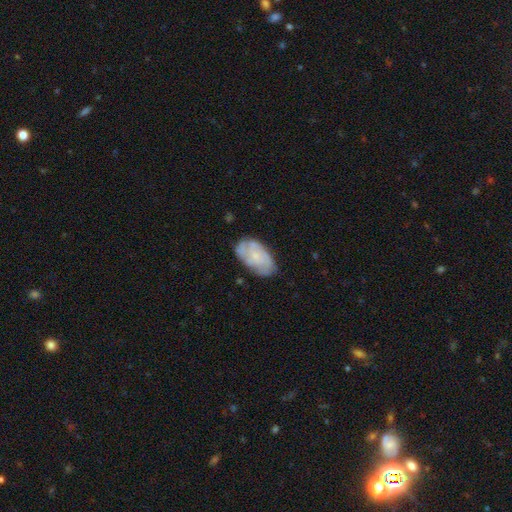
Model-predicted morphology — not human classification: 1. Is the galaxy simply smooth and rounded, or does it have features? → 54% featured or disk, 40% smooth, 7% star or artifact.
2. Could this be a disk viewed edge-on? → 96% no, 4% yes.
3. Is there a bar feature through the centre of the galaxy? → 80% no, 17% weak, 3% strong.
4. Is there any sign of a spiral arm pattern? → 67% yes, 33% no.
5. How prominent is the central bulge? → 66% small, 20% moderate, 11% none, 1% large, 1% dominant.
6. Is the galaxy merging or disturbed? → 70% none, 22% minor disturbance, 5% major disturbance, 2% merger.